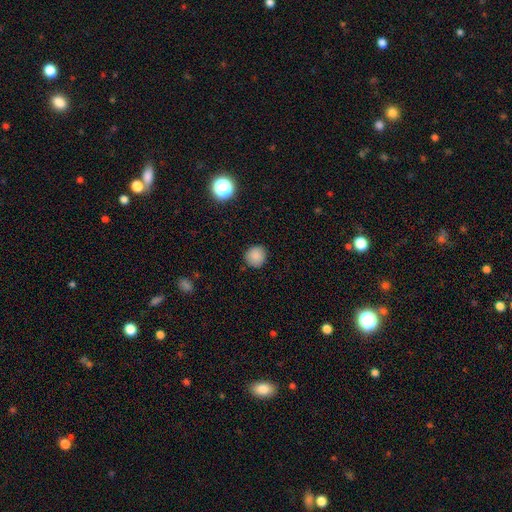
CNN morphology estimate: Smooth or featured? Predicted: smooth (p=0.86). How rounded? Predicted: round (p=0.91). Merging? Predicted: none (p=0.89).